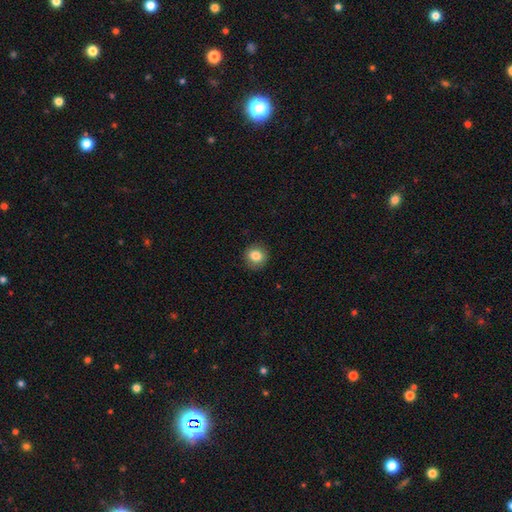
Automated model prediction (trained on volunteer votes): Morphology: type=smooth (84%); roundness=round (87%); merging=none (89%).